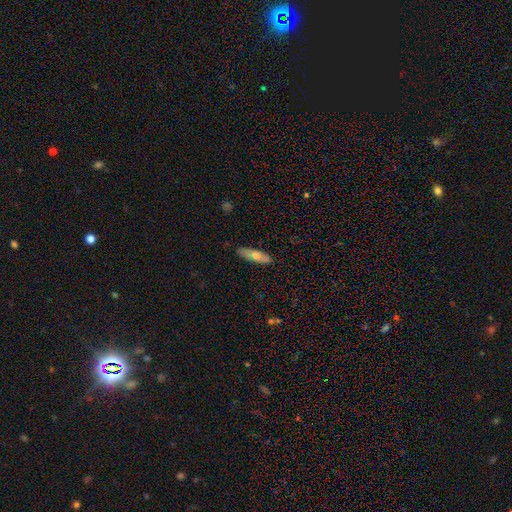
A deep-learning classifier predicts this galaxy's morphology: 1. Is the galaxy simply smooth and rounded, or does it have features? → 65% smooth, 29% featured or disk, 6% star or artifact.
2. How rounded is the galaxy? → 53% cigar-shaped, 45% in between, 2% round.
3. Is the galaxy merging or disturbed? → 86% none, 11% minor disturbance, 2% major disturbance, 1% merger.